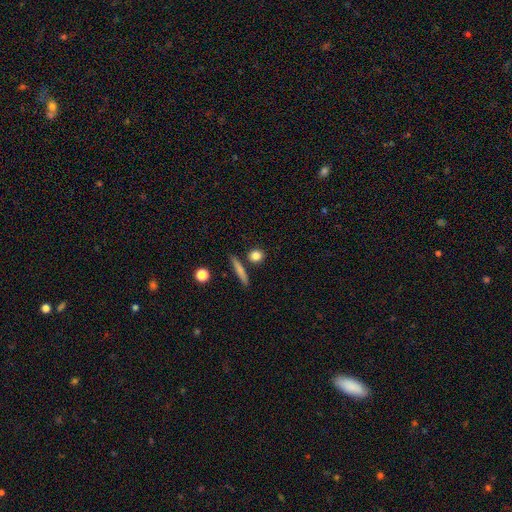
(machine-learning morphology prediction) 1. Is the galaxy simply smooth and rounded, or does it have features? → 82% smooth, 9% featured or disk, 9% star or artifact.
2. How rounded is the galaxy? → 70% round, 16% in between, 14% cigar-shaped.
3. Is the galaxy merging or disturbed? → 81% none, 8% minor disturbance, 8% merger, 3% major disturbance.